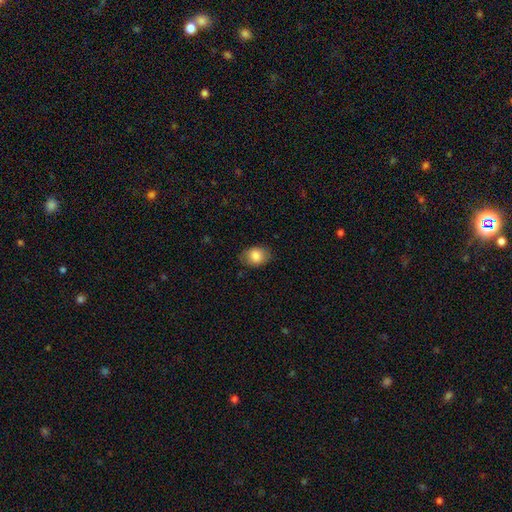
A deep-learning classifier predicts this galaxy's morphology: smooth-or-featured: smooth: 85% | featured or disk: 8% | star or artifact: 8%
  how-rounded: in between: 67% | round: 32% | cigar-shaped: 1%
  merging: none: 80% | minor disturbance: 16% | major disturbance: 4% | merger: 1%